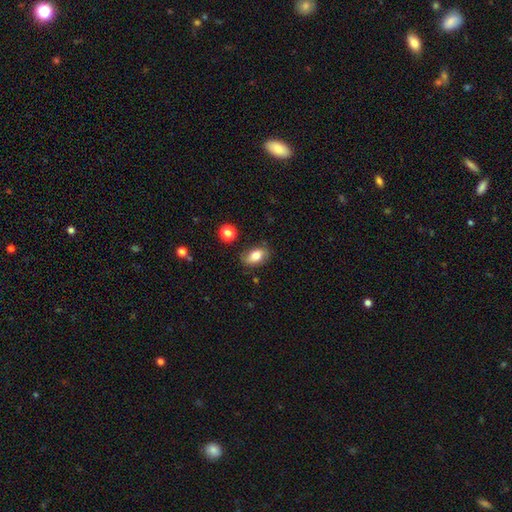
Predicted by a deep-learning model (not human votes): Overall: smooth (78%). How rounded: in between (88%). Merging: none (78%).